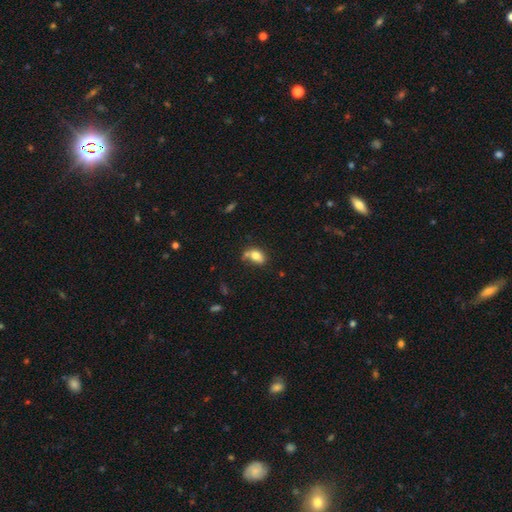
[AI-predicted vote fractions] Q: Smooth or featured?
A: smooth (76%); runner-up: featured or disk (14%)
Q: How rounded?
A: in between (80%); runner-up: round (17%)
Q: Merging?
A: none (46%); runner-up: merger (23%)